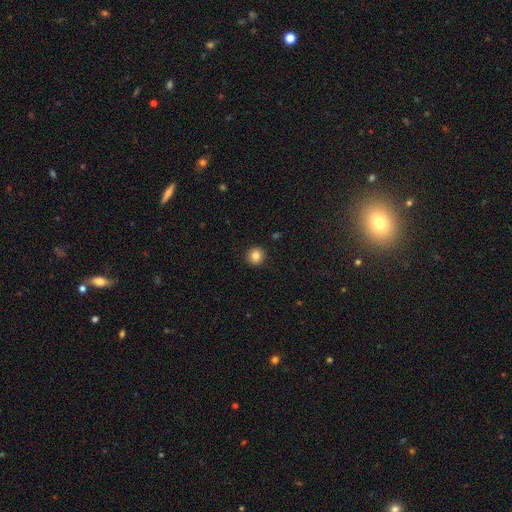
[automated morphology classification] type=smooth (84%); roundness=round (94%); merging=none (92%).